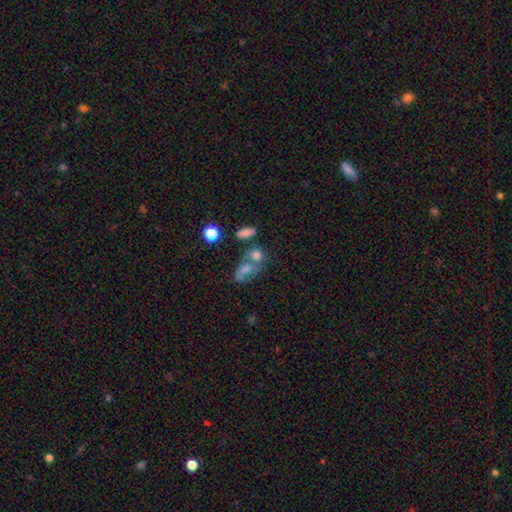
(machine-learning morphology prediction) type=smooth (57%); roundness=in between (54%); merging=merger (38%).